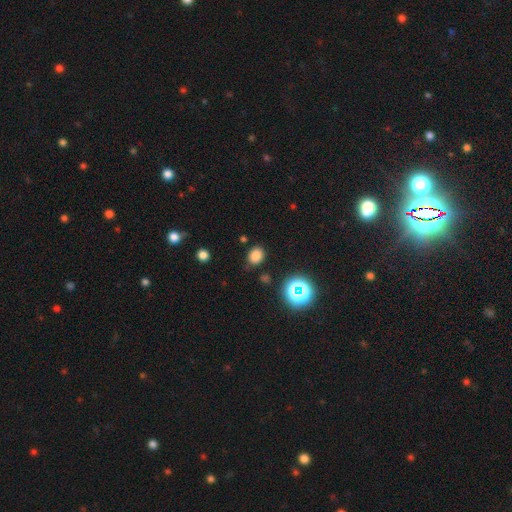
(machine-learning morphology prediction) A smooth galaxy with no disk features (78%) that is round (50%). Merging: none (80%).